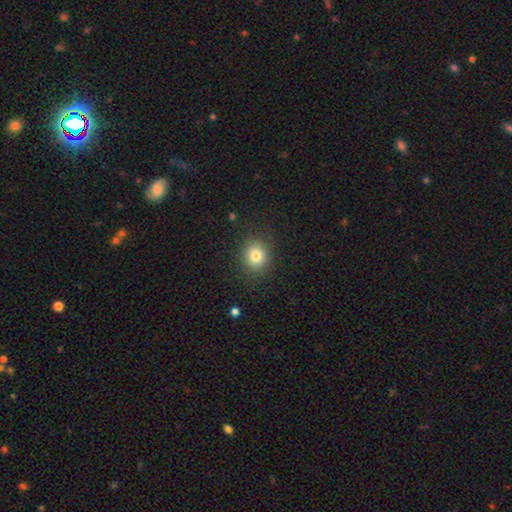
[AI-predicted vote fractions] smooth 81%, star or artifact 12%, featured or disk 8%. Down the decision tree: how rounded — round (76%); merging — none (88%).